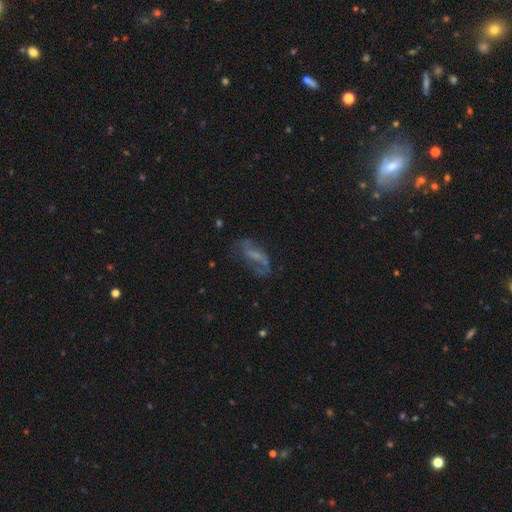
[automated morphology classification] Smooth or featured? Predicted: featured or disk (p=0.55). Edge-on disk? Predicted: no (p=0.90). Merging? Predicted: none (p=0.47).